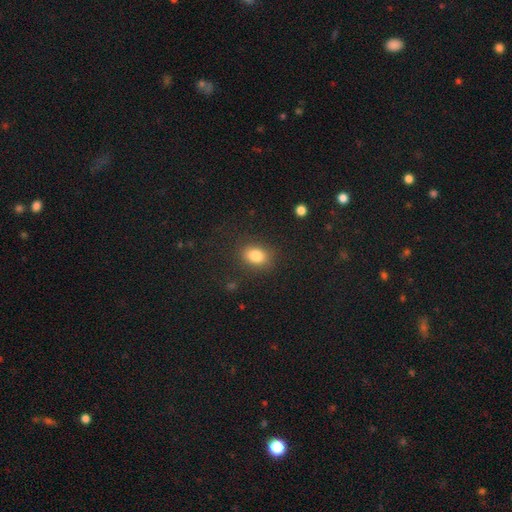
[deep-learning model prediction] A smooth galaxy with no disk features (83%) that is in between round and cigar-shaped (66%).

Vote fractions:
- Smooth or featured? smooth: 83% / star or artifact: 10% / featured or disk: 7%
- How rounded? in between: 66% / round: 33% / cigar-shaped: 1%
- Merging? none: 84% / minor disturbance: 11% / major disturbance: 4% / merger: 1%